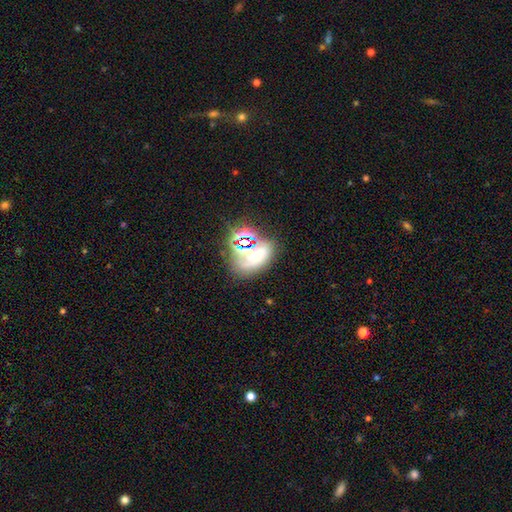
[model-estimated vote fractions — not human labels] Q: Smooth or featured?
A: smooth (40%); runner-up: star or artifact (36%)
Q: Merging?
A: none (51%); runner-up: merger (21%)